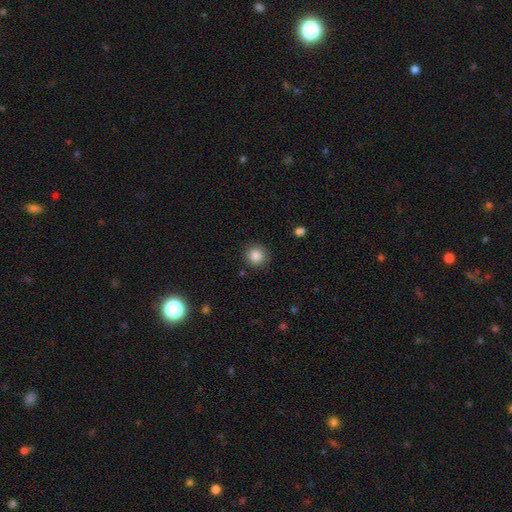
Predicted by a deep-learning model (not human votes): Smooth or featured? Predicted: smooth (p=0.85). How rounded? Predicted: round (p=0.93). Merging? Predicted: none (p=0.90).